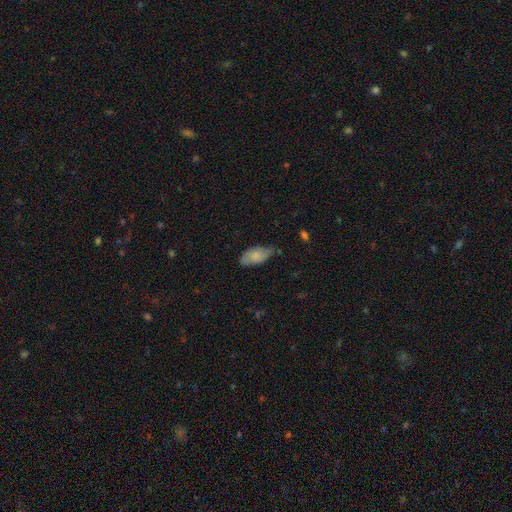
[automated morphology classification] Smooth or featured? Predicted: smooth (p=0.73). How rounded? Predicted: in between (p=0.91). Merging? Predicted: none (p=0.57).